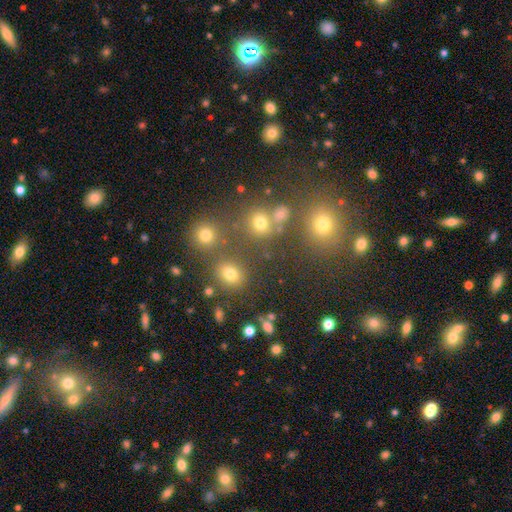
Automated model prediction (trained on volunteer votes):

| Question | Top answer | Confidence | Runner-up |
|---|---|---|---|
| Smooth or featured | smooth | 45% | star or artifact (44%) |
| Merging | none | 69% | merger (19%) |